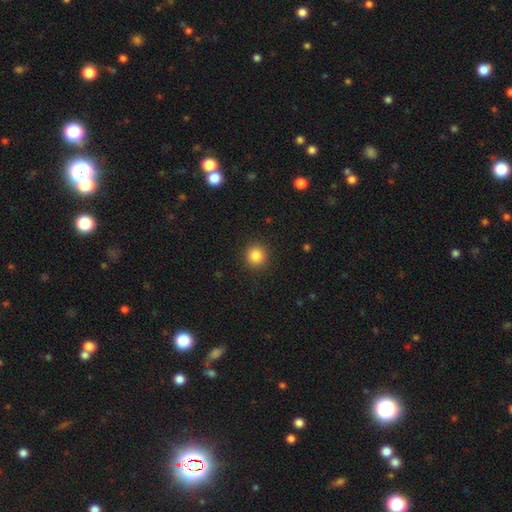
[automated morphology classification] This appears to be a smooth galaxy with no disk features (85%) that is round (94%). Merging: none (92%).